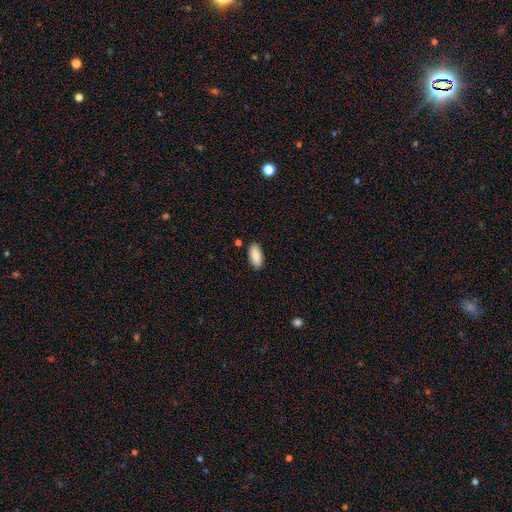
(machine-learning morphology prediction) This is clearly a smooth galaxy (87%). How rounded: clearly in between (90%). Merging: clearly none (86%).